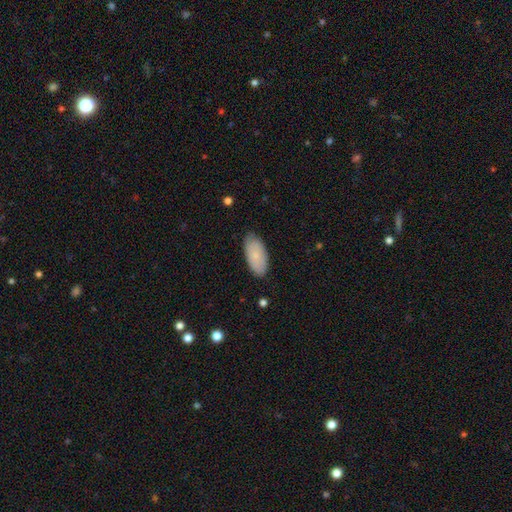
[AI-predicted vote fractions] smooth_or_featured: smooth (p=0.79) [alt: featured or disk p=0.15]
how_rounded: in between (p=0.92) [alt: cigar-shaped p=0.06]
merging: none (p=0.82) [alt: minor disturbance p=0.15]